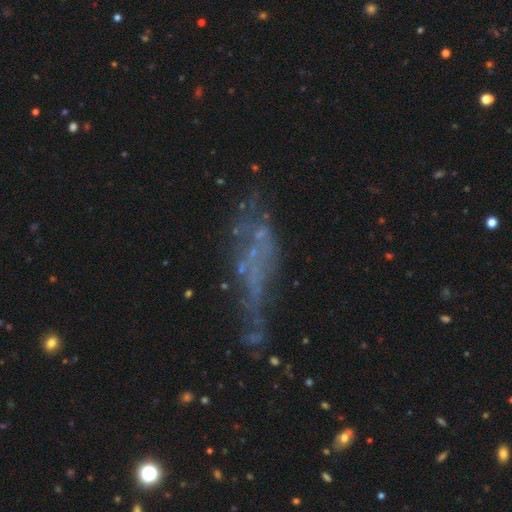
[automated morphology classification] Smooth or featured: featured or disk — 48% (smooth — 27%)
Merging: none — 40% (major disturbance — 29%)